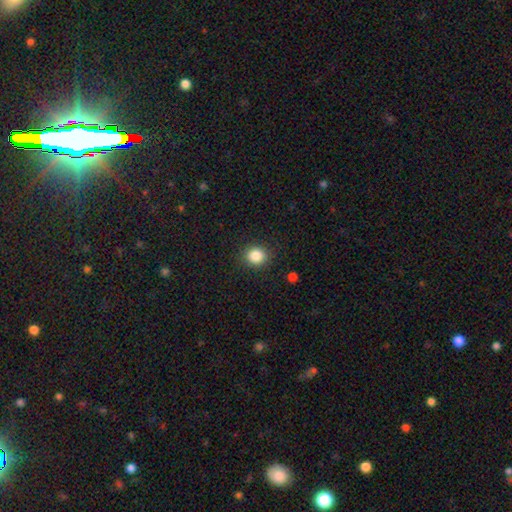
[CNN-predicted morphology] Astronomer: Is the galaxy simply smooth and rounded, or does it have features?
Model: smooth — 85%.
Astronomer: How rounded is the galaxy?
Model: round — 78%.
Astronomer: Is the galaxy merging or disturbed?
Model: none — 89%.